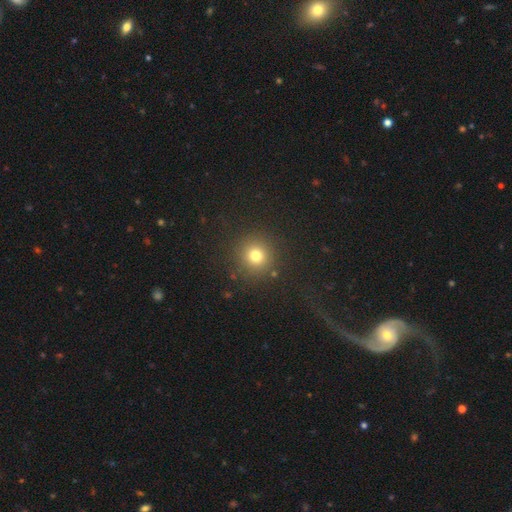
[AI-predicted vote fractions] This appears to be a smooth galaxy with no disk features (75%) that is round (93%). Merging: none (88%).